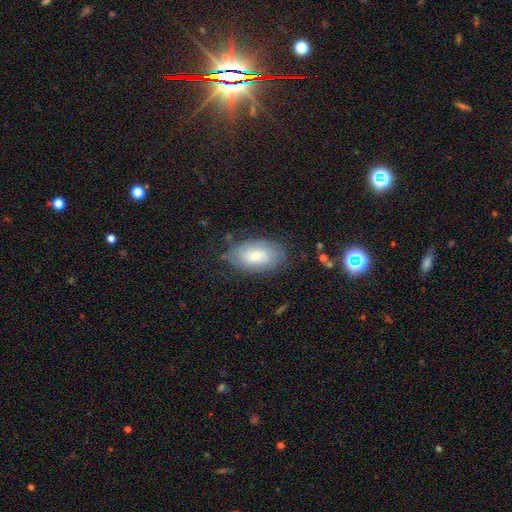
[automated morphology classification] This appears to be a smooth galaxy with no disk features (55%) that is in between round and cigar-shaped (92%). Merging: none (72%).